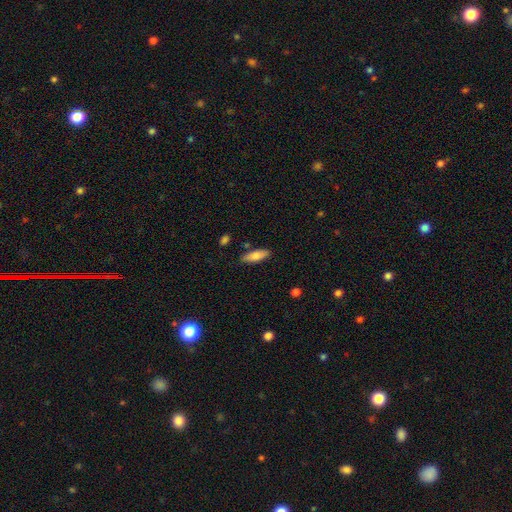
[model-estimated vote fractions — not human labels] smooth_or_featured: smooth (p=0.79) [alt: featured or disk p=0.14]
how_rounded: in between (p=0.56) [alt: cigar-shaped p=0.42]
merging: none (p=0.84) [alt: minor disturbance p=0.11]